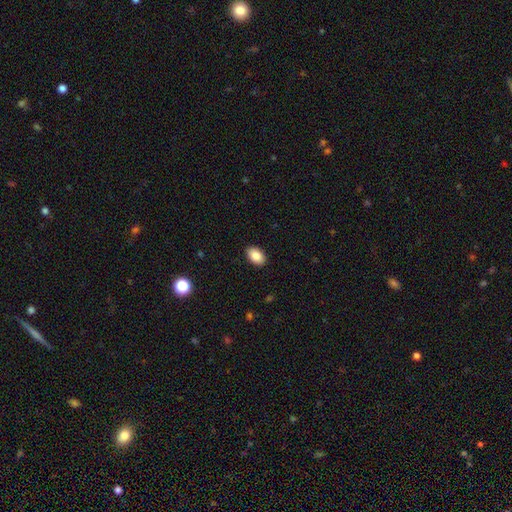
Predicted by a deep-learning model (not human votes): A smooth galaxy with no disk features (86%) that is in between round and cigar-shaped (90%).

Vote fractions:
- Smooth or featured? smooth: 86% / star or artifact: 8% / featured or disk: 6%
- How rounded? in between: 90% / round: 9% / cigar-shaped: 1%
- Merging? none: 90% / minor disturbance: 7% / major disturbance: 2% / merger: 1%